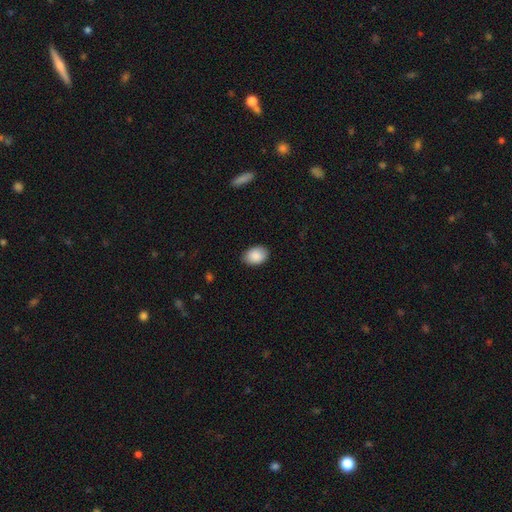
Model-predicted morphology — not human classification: Overall: smooth (90%). How rounded: in between (82%). Merging: none (84%).